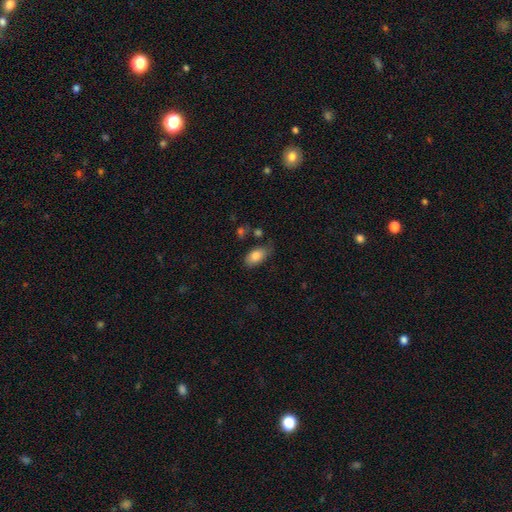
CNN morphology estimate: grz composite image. It shows a smooth galaxy with no disk features (83%) that is in between round and cigar-shaped (92%). Merging: none (66%).